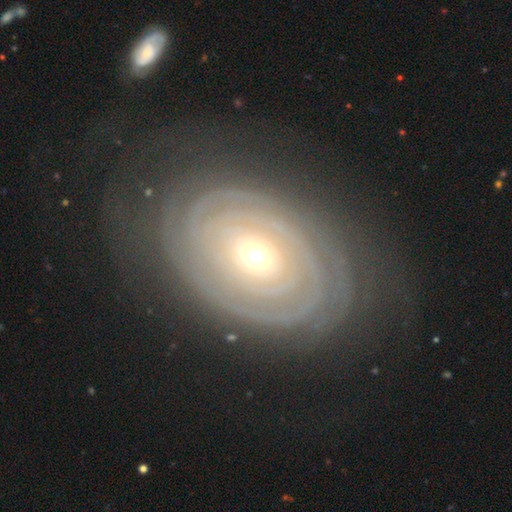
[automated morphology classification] This appears to be a featured or disk galaxy (86%) with no bar (75%), tight (89%) spiral arms (92%) and a small central bulge (64%). Merging: none (78%).